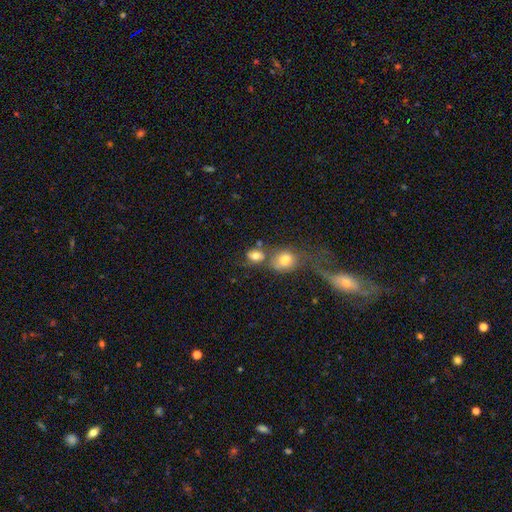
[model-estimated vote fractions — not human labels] This is likely a smooth galaxy (73%). How rounded: possibly in between (56%). Merging: marginally none (43%).